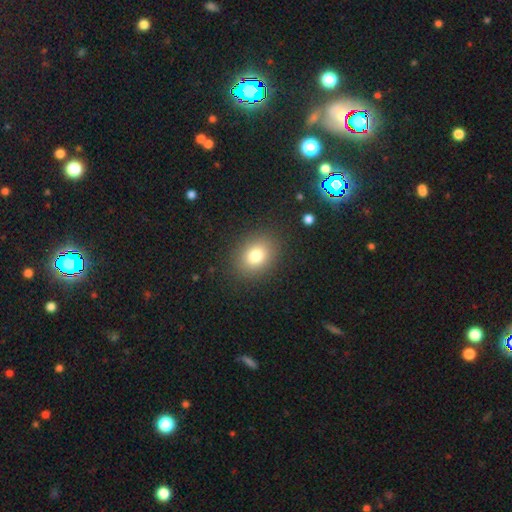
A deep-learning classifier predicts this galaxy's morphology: Smooth or featured?
  - smooth: 79% *
  - star or artifact: 12%
  - featured or disk: 9%
How rounded?
  - in between: 52% *
  - round: 47%
  - cigar-shaped: 1%
Merging?
  - none: 87% *
  - minor disturbance: 8%
  - major disturbance: 3%
  - merger: 1%